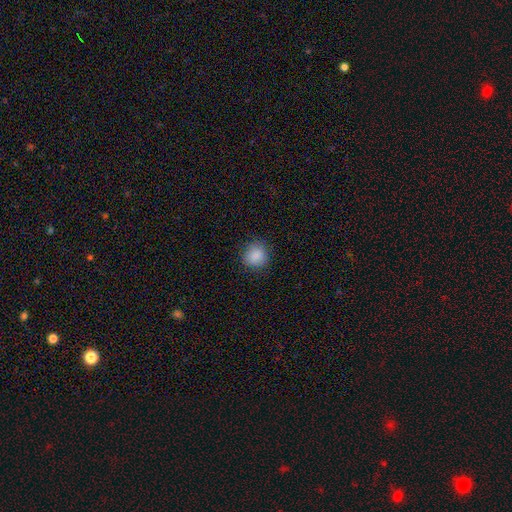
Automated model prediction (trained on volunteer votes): The model was most divided on "how rounded": round: 85%, in between: 14%, cigar-shaped: 1%. More confident: smooth or featured — smooth (88%); merging — none (86%).